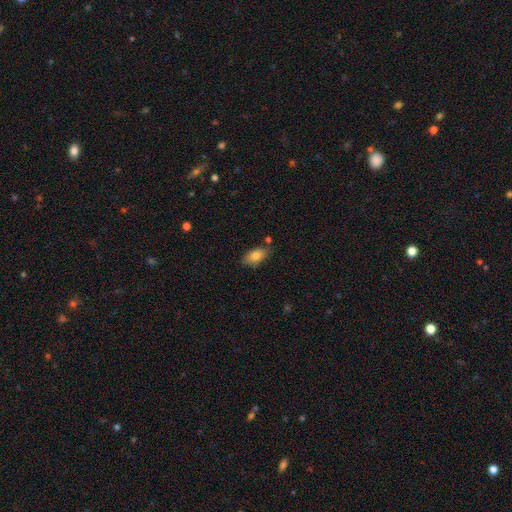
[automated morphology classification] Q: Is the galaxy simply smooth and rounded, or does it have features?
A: smooth — 81%.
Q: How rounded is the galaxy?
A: in between — 90%.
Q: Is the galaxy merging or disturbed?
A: none — 78%.